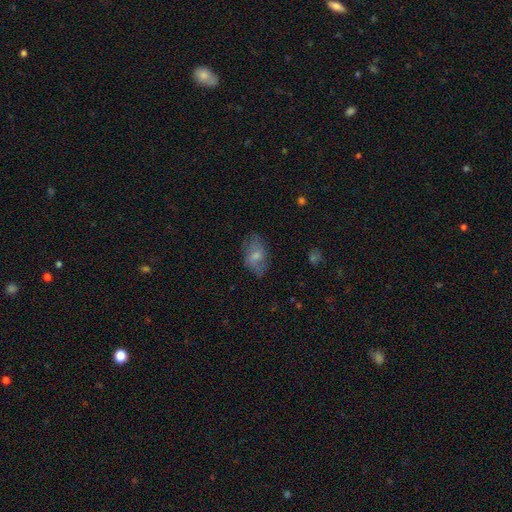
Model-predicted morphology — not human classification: Smooth or featured: smooth — 61% (featured or disk — 31%)
How rounded: in between — 88% (round — 9%)
Merging: none — 65% (minor disturbance — 24%)